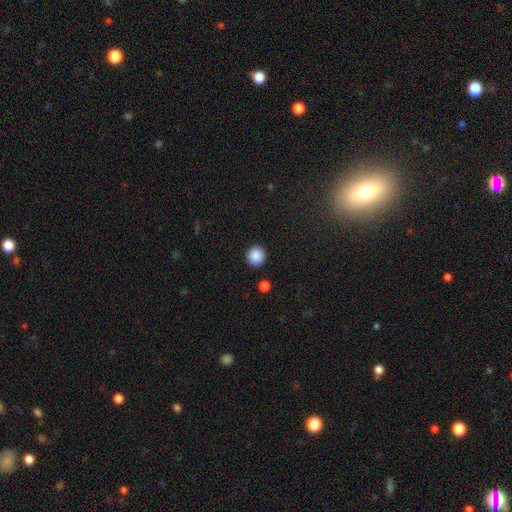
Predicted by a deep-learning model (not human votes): A smooth galaxy with no disk features (88%) that is round (94%).

Vote fractions:
- Smooth or featured? smooth: 88% / star or artifact: 9% / featured or disk: 3%
- How rounded? round: 94% / in between: 5% / cigar-shaped: 1%
- Merging? none: 91% / minor disturbance: 5% / major disturbance: 2% / merger: 2%